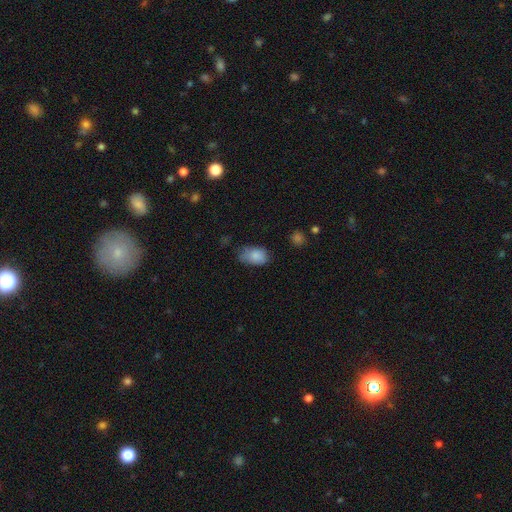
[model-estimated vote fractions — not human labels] Smooth or featured: smooth — 84% (star or artifact — 8%)
How rounded: in between — 87% (round — 12%)
Merging: none — 50% (minor disturbance — 37%)